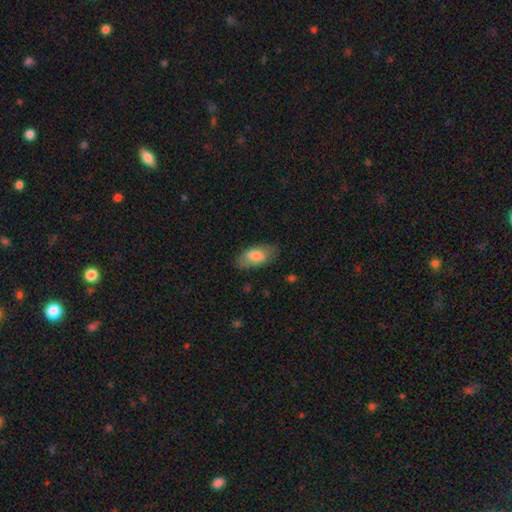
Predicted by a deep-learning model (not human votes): smooth_or_featured: smooth (p=0.79) [alt: featured or disk p=0.14]
how_rounded: in between (p=0.92) [alt: round p=0.04]
merging: none (p=0.74) [alt: minor disturbance p=0.18]